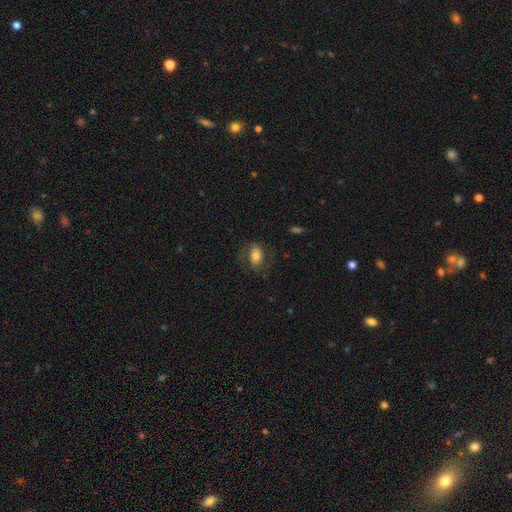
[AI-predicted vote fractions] Q: Smooth or featured?
A: smooth (61%); runner-up: featured or disk (31%)
Q: How rounded?
A: in between (82%); runner-up: round (16%)
Q: Merging?
A: none (65%); runner-up: minor disturbance (19%)